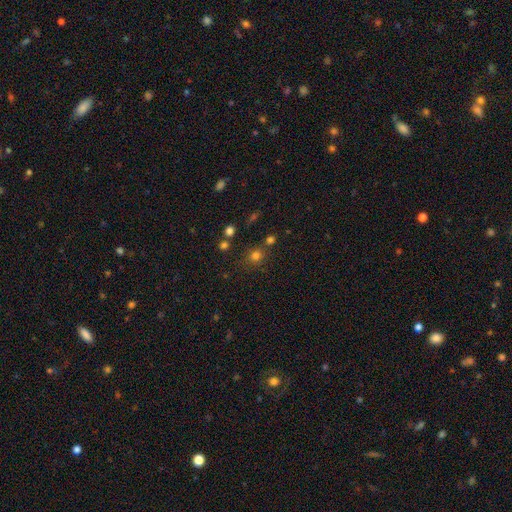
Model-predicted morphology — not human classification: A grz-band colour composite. It shows a smooth galaxy with no disk features (75%) that is round (81%). Merging: none (73%).